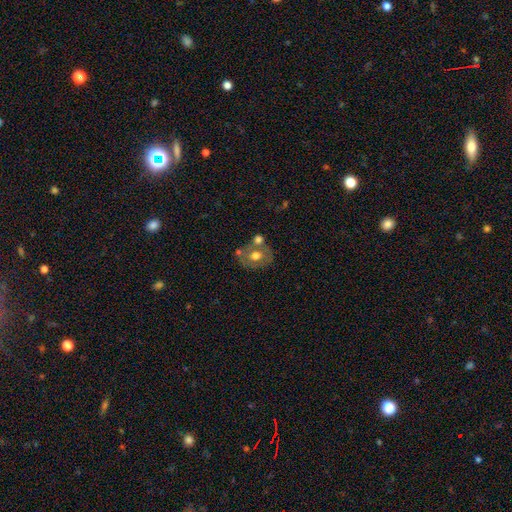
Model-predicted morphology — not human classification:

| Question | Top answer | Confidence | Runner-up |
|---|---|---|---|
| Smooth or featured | smooth | 52% | featured or disk (39%) |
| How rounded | round | 56% | in between (43%) |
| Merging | none | 52% | merger (27%) |